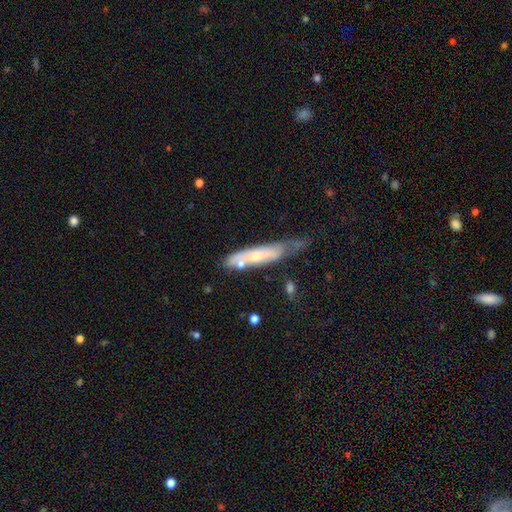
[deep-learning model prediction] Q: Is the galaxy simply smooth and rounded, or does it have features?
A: featured or disk — 47%.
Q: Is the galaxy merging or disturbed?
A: none — 37%.